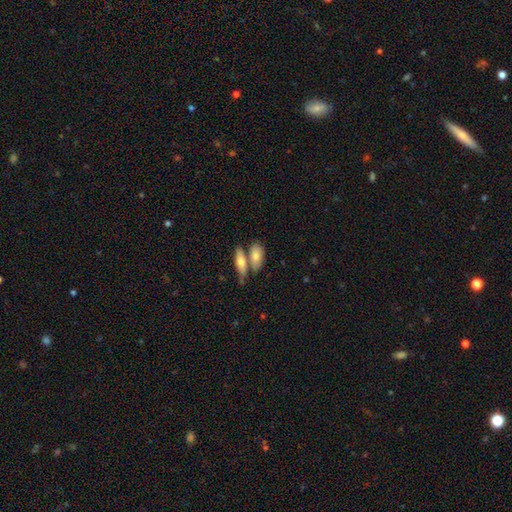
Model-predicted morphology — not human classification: Smooth or featured: smooth — 72% (featured or disk — 22%)
How rounded: in between — 80% (cigar-shaped — 16%)
Merging: none — 45% (merger — 40%)